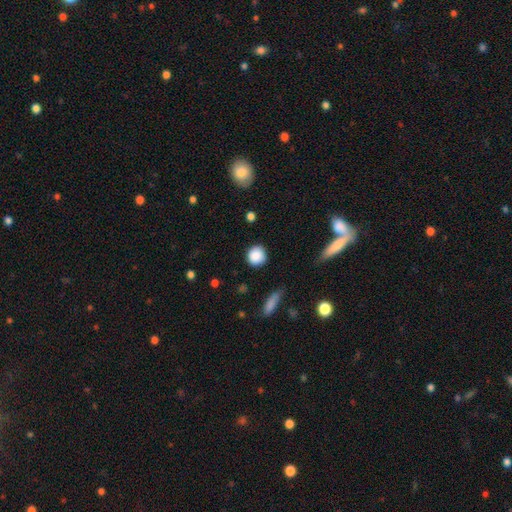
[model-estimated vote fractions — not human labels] smooth-or-featured: smooth: 87% | star or artifact: 8% | featured or disk: 4%
  how-rounded: round: 91% | in between: 8% | cigar-shaped: 1%
  merging: none: 86% | minor disturbance: 10% | major disturbance: 3% | merger: 2%